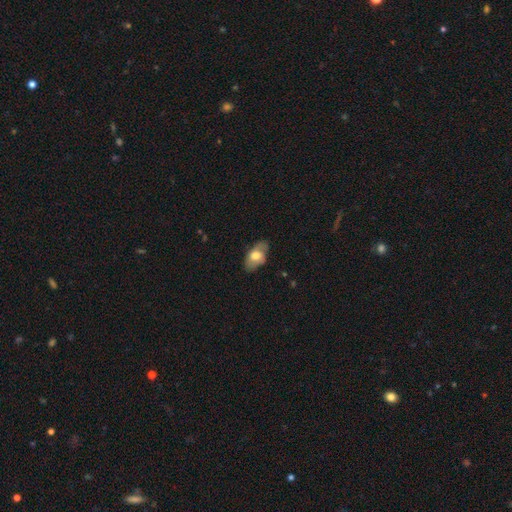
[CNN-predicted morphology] smooth-or-featured: smooth: 61% | featured or disk: 33% | star or artifact: 7%
  how-rounded: in between: 92% | round: 5% | cigar-shaped: 3%
  merging: none: 72% | minor disturbance: 21% | major disturbance: 5% | merger: 1%